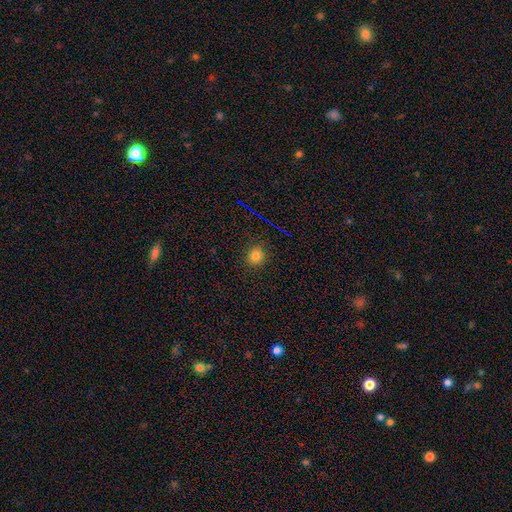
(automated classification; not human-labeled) This appears to be a smooth galaxy with no disk features (78%) that is round (81%). Merging: none (89%).